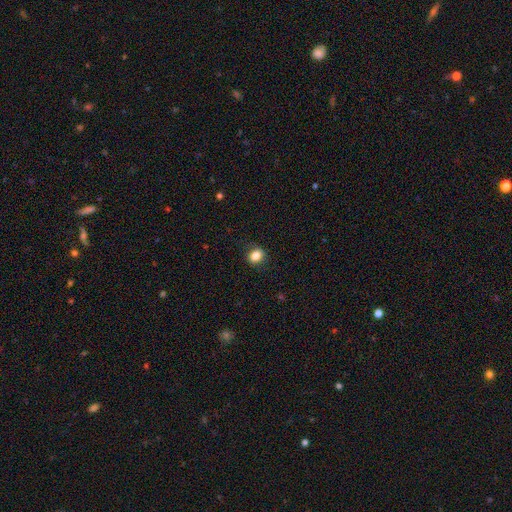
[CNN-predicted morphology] Smooth or featured? smooth (84%)
How rounded? round (59%)
Merging? none (85%)